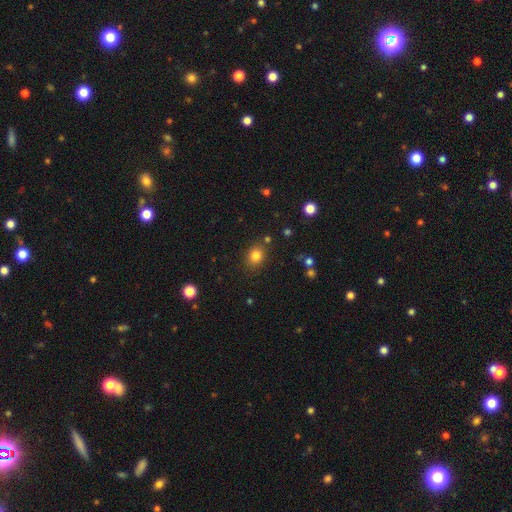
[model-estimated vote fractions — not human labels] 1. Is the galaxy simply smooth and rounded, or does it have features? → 82% smooth, 12% star or artifact, 6% featured or disk.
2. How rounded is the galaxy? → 57% round, 42% in between, 1% cigar-shaped.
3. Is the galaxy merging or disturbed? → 83% none, 11% minor disturbance, 4% merger, 3% major disturbance.